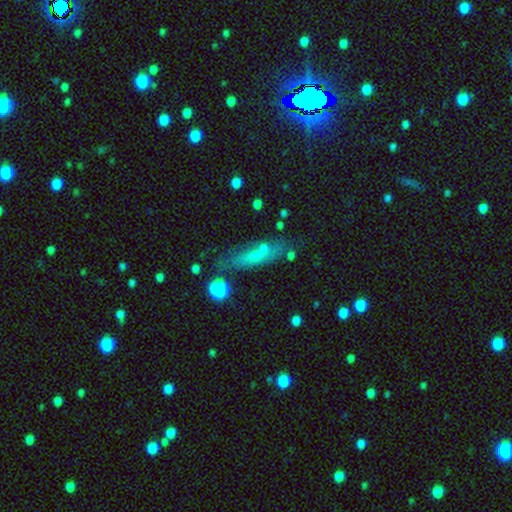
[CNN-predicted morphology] smooth_or_featured: smooth (p=0.56) [alt: featured or disk p=0.31]
how_rounded: cigar-shaped (p=0.55) [alt: in between p=0.39]
merging: none (p=0.60) [alt: minor disturbance p=0.17]